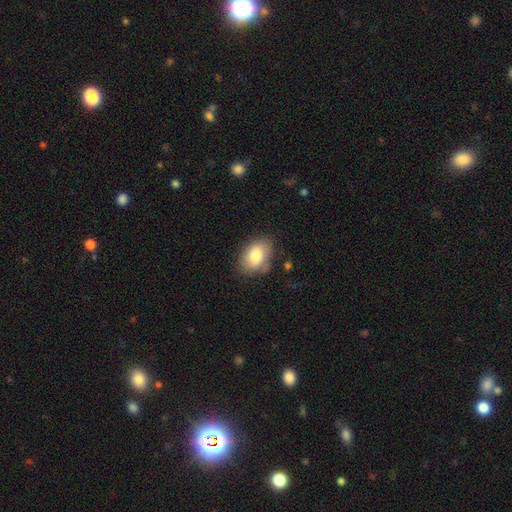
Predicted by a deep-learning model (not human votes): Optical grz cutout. It shows a smooth galaxy with no disk features (81%) that is in between round and cigar-shaped (87%). Merging: none (75%).